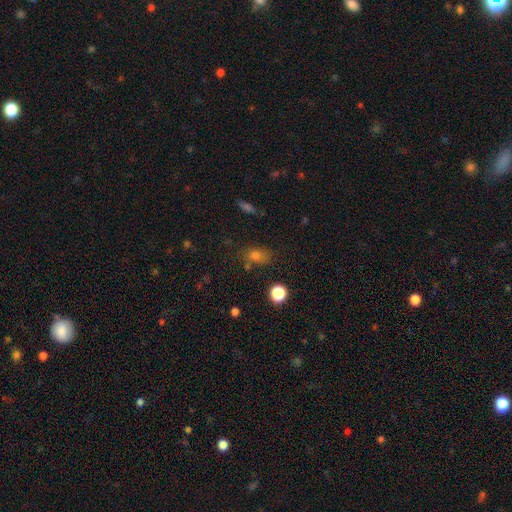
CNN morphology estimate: type=smooth (67%); roundness=in between (65%); merging=none (72%).